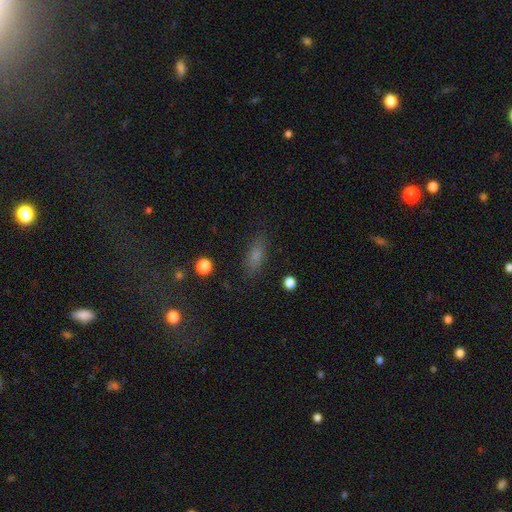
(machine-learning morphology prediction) This appears to be a smooth galaxy with no disk features (72%) that is in between round and cigar-shaped (68%). Merging: none (83%).